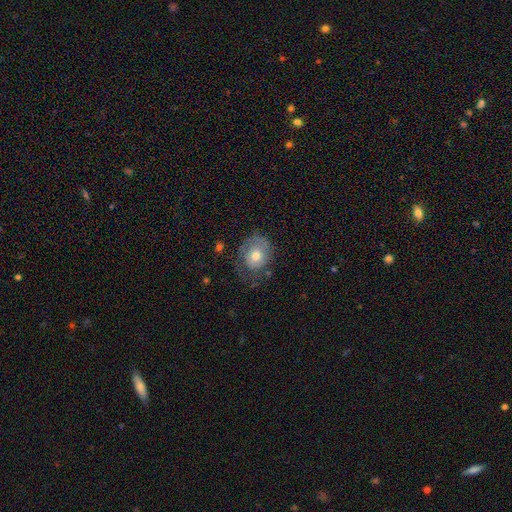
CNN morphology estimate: Smooth or featured: smooth — 51% (featured or disk — 41%)
How rounded: round — 63% (in between — 37%)
Merging: none — 55% (minor disturbance — 25%)